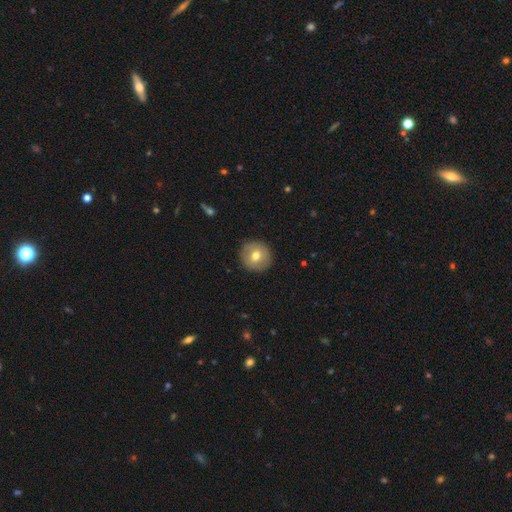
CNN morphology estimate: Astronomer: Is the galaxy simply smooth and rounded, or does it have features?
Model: smooth — 65%.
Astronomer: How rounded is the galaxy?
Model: round — 94%.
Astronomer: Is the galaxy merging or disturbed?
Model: none — 90%.